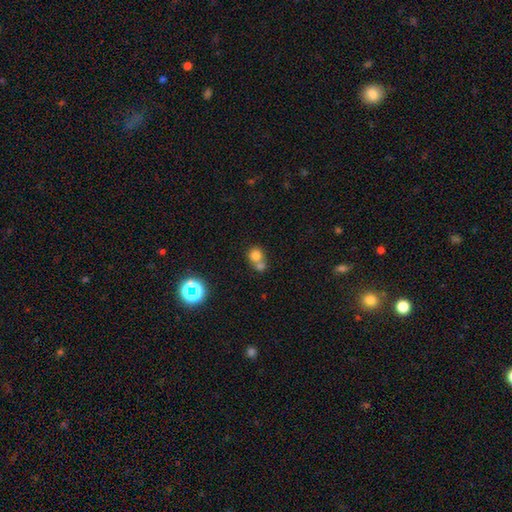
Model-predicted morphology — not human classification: This appears to be a smooth galaxy with no disk features (74%) that is round (83%). Merging: merger (54%).